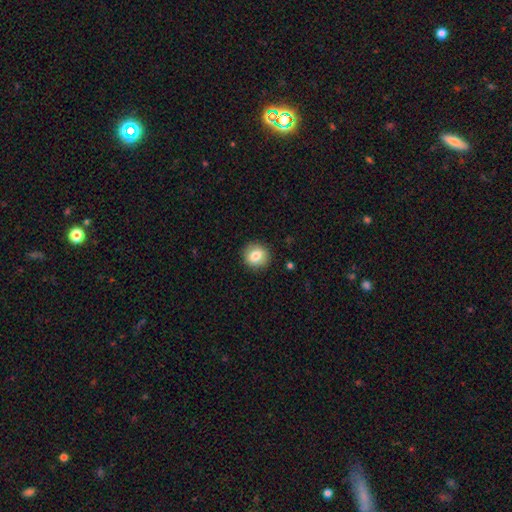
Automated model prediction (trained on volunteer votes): Smooth or featured? Predicted: smooth (p=0.80). How rounded? Predicted: round (p=0.86). Merging? Predicted: none (p=0.90).